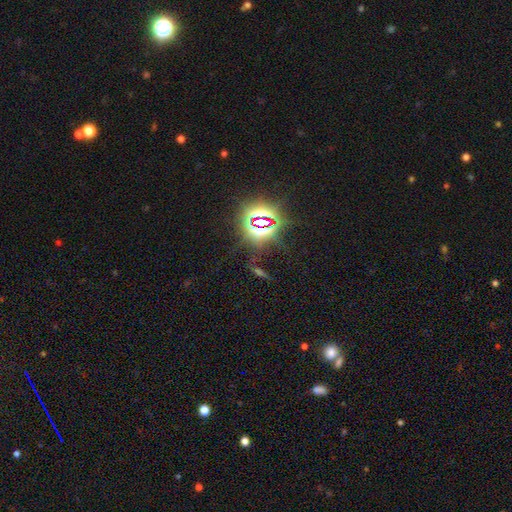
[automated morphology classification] Smooth or featured: star or artifact — 81% (smooth — 11%)